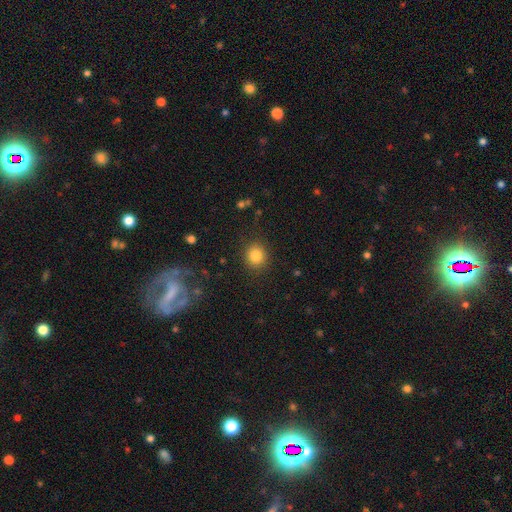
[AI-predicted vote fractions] This appears to be a smooth galaxy with no disk features (84%) that is round (85%). Merging: none (88%).